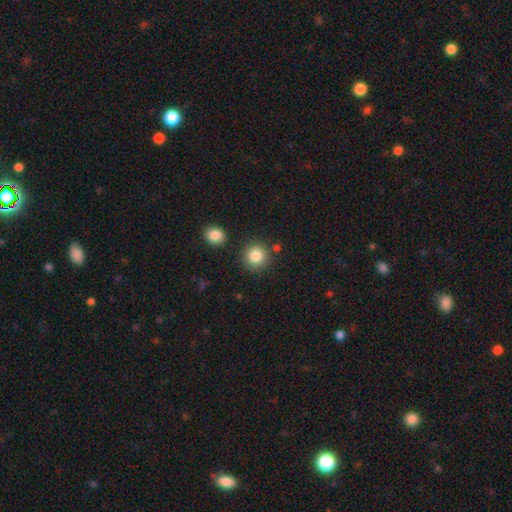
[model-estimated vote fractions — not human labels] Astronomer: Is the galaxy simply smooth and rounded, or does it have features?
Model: smooth — 85%.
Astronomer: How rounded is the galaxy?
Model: round — 92%.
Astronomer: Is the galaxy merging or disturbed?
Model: none — 85%.